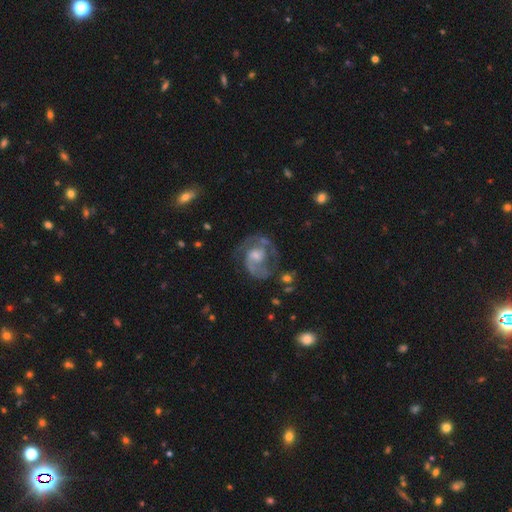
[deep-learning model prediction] smooth-or-featured: featured or disk: 81% | smooth: 11% | star or artifact: 8%
  disk-edge-on: no: 98% | yes: 2%
    bar: no: 62% | weak: 31% | strong: 6%
    has-spiral-arms: yes: 89% | no: 11%
      spiral-winding: medium: 48% | tight: 32% | loose: 20%
      spiral-arm-count: 2: 61% | 1: 17% | can't tell: 13% | 3: 6% | 4: 2% | more than 4: 2%
    bulge-size: moderate: 47% | small: 33% | large: 10% | none: 8% | dominant: 2%
  merging: none: 55% | major disturbance: 22% | minor disturbance: 19% | merger: 4%